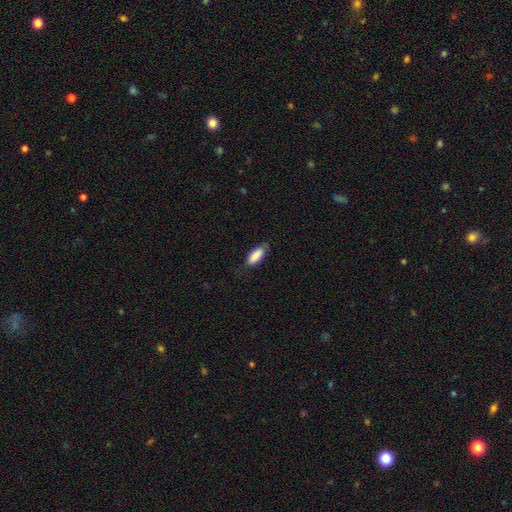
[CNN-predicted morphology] type=smooth (87%); roundness=in between (78%); merging=none (72%).